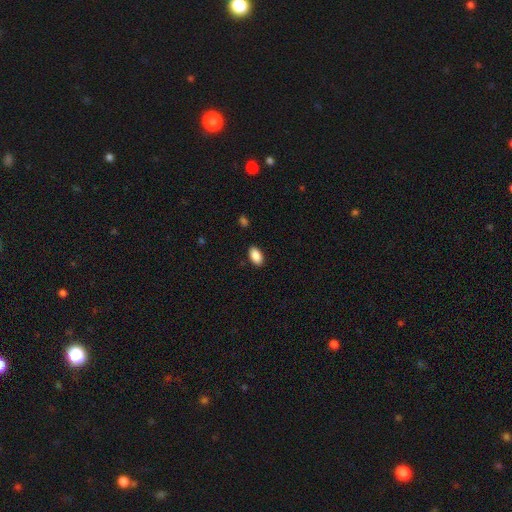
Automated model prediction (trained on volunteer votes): Morphology: type=smooth (89%); roundness=in between (94%); merging=none (88%).